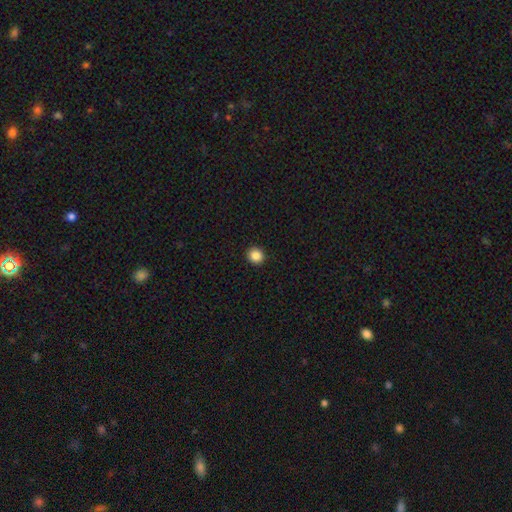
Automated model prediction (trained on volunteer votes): A smooth galaxy with no disk features (87%) that is round (89%).

Vote fractions:
- Smooth or featured? smooth: 87% / star or artifact: 10% / featured or disk: 3%
- How rounded? round: 89% / in between: 10% / cigar-shaped: 1%
- Merging? none: 93% / minor disturbance: 4% / major disturbance: 2% / merger: 1%